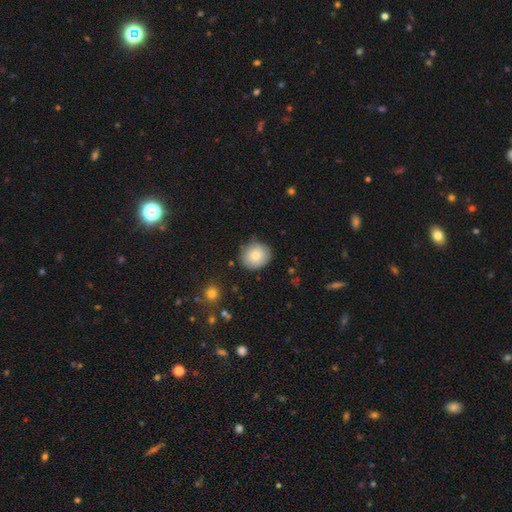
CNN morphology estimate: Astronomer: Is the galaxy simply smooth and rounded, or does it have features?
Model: smooth — 80%.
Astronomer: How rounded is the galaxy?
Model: round — 82%.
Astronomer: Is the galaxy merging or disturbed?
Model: none — 81%.